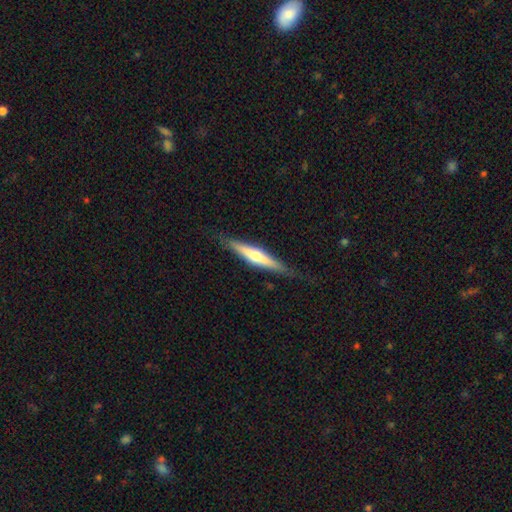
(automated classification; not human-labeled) A featured or disk galaxy (58%) viewed edge-on (96%) with a rounded central bulge (85%).

Vote fractions:
- Smooth or featured? featured or disk: 58% / smooth: 36% / star or artifact: 5%
- Edge-on disk? yes: 96% / no: 4%
- Edge-on bulge? rounded: 85% / none: 9% / boxy: 6%
- Merging? none: 84% / minor disturbance: 12% / major disturbance: 3% / merger: 1%